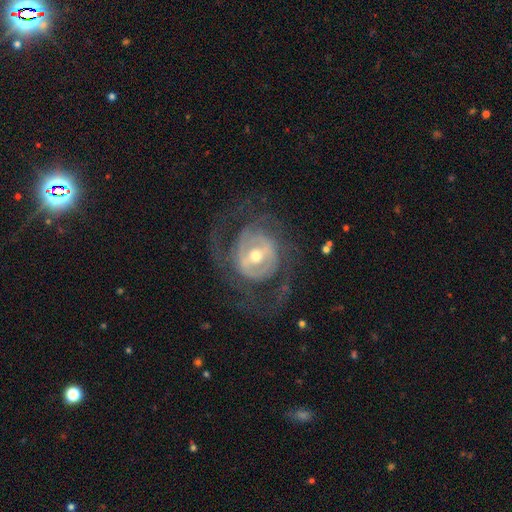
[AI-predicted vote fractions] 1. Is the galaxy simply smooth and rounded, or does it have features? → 85% featured or disk, 9% smooth, 5% star or artifact.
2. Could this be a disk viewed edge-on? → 96% no, 4% yes.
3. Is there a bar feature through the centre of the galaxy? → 41% weak, 37% strong, 21% no.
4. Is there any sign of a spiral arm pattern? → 83% yes, 17% no.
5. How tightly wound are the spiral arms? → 45% tight, 37% medium, 18% loose.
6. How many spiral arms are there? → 46% 2, 26% can't tell, 13% 3, 6% 1, 5% 4, 4% more than 4.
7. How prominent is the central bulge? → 61% moderate, 32% small, 5% large, 1% dominant, 1% none.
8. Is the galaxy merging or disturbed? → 66% none, 20% major disturbance, 13% minor disturbance, 1% merger.